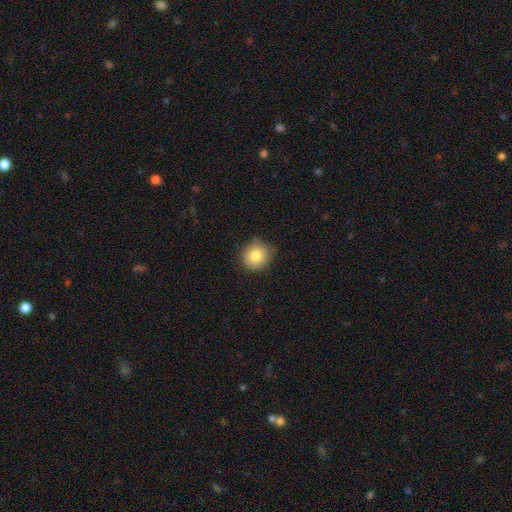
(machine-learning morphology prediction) Overall: smooth (81%). How rounded: round (87%). Merging: none (79%).